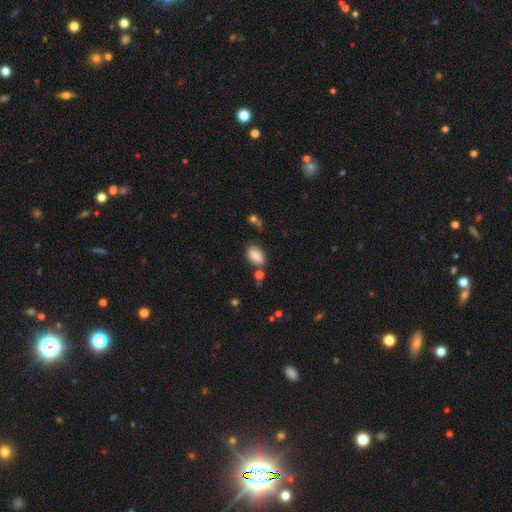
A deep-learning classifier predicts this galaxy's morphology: Overall: smooth (79%). How rounded: in between (88%). Merging: none (67%).